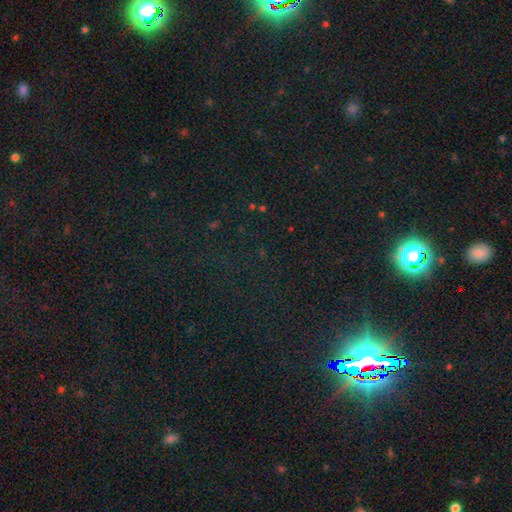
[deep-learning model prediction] Smooth or featured? Predicted: star or artifact (p=0.83).